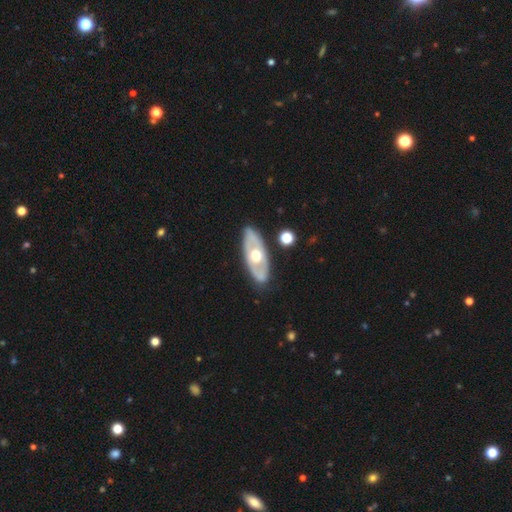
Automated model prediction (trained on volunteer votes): This appears to be a featured or disk galaxy (61%). Merging: none (84%).